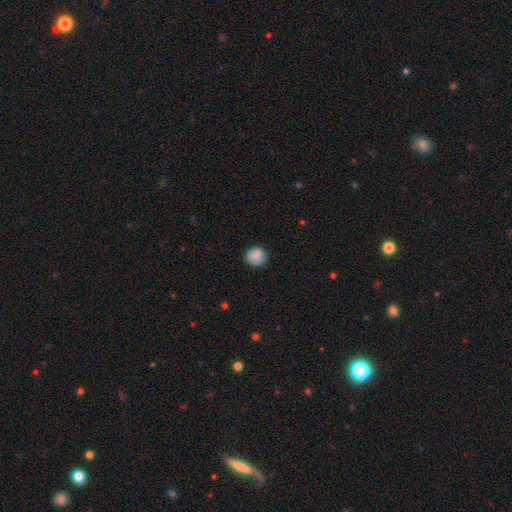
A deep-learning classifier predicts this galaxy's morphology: Smooth or featured?
  - smooth: 87% *
  - star or artifact: 8%
  - featured or disk: 6%
How rounded?
  - round: 81% *
  - in between: 18%
  - cigar-shaped: 1%
Merging?
  - none: 82% *
  - minor disturbance: 14%
  - major disturbance: 3%
  - merger: 1%